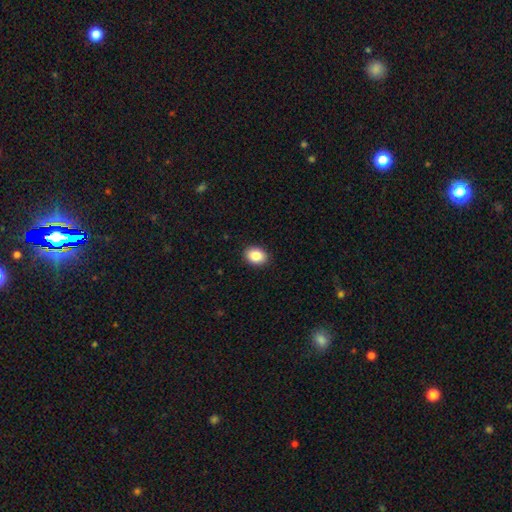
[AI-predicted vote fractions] smooth-or-featured: smooth: 87% | star or artifact: 8% | featured or disk: 5%
  how-rounded: in between: 70% | round: 29% | cigar-shaped: 1%
  merging: none: 90% | minor disturbance: 7% | major disturbance: 2% | merger: 1%